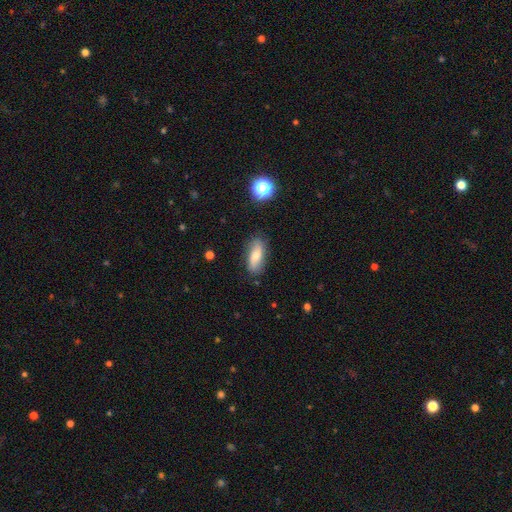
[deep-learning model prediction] Smooth or featured?
  - smooth: 63% *
  - featured or disk: 28%
  - star or artifact: 9%
How rounded?
  - in between: 75% *
  - cigar-shaped: 21%
  - round: 4%
Merging?
  - none: 80% *
  - minor disturbance: 15%
  - major disturbance: 3%
  - merger: 2%